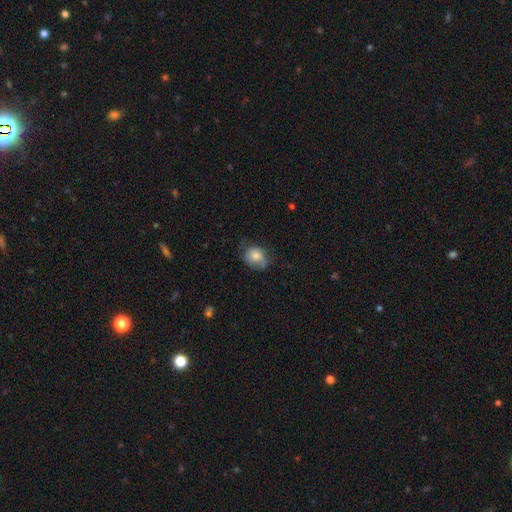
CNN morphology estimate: A smooth galaxy with no disk features (76%) that is round (58%). Merging: none (51%).